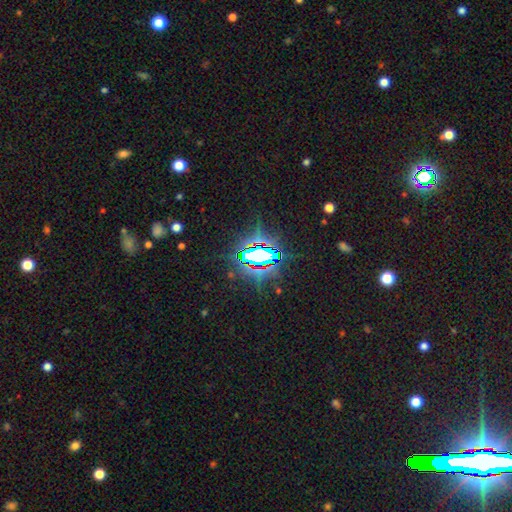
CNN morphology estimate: Smooth or featured? star or artifact (83%)